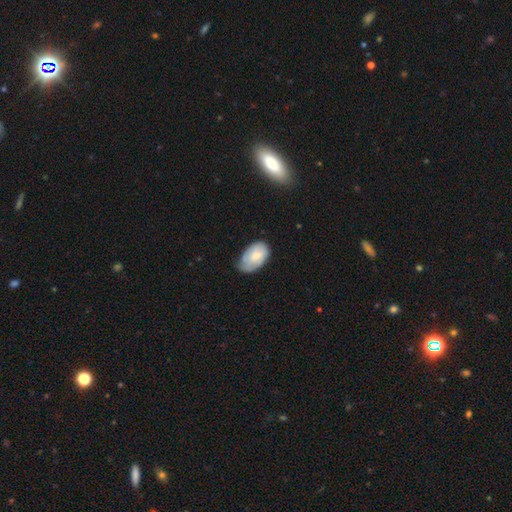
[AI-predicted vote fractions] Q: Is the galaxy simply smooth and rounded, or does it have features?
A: smooth — 70%.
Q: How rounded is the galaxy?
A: in between — 93%.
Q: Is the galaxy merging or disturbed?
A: none — 51%.